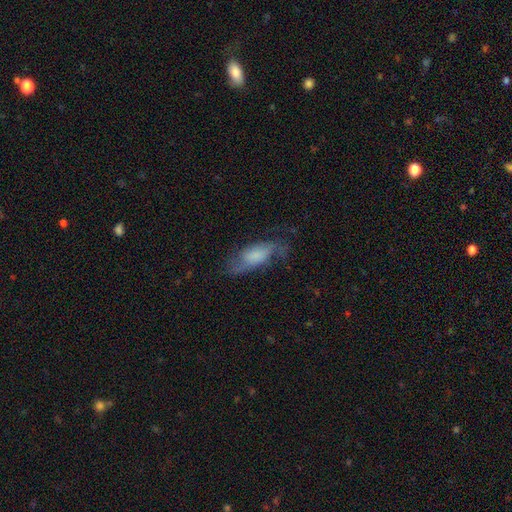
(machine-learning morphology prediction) Q: Smooth or featured?
A: featured or disk (47%); runner-up: smooth (44%)
Q: Merging?
A: none (55%); runner-up: minor disturbance (25%)